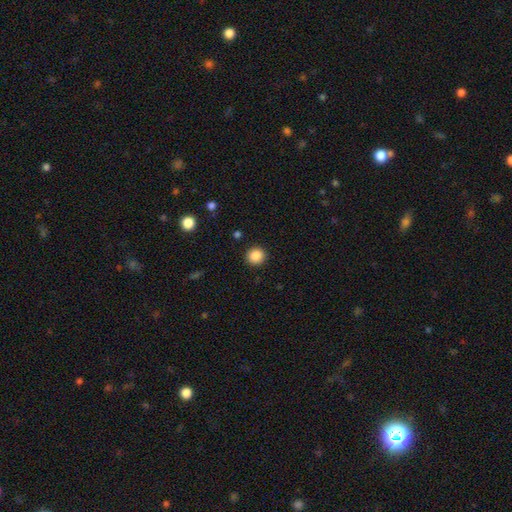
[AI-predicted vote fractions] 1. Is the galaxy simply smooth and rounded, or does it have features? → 87% smooth, 10% star or artifact, 3% featured or disk.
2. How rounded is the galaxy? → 90% round, 9% in between, 1% cigar-shaped.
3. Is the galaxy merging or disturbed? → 91% none, 5% minor disturbance, 2% major disturbance, 1% merger.